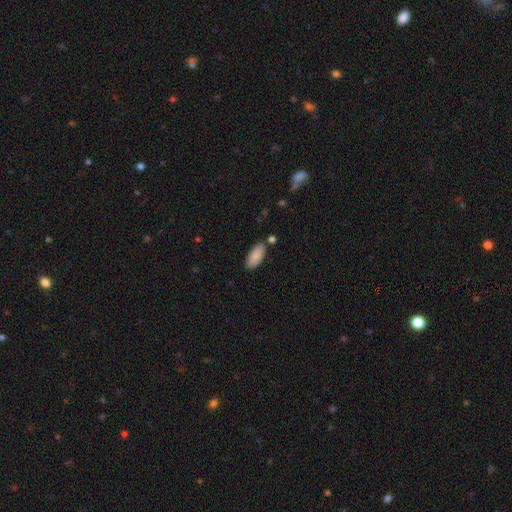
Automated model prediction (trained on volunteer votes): Morphology: type=smooth (87%); roundness=in between (85%); merging=none (81%).